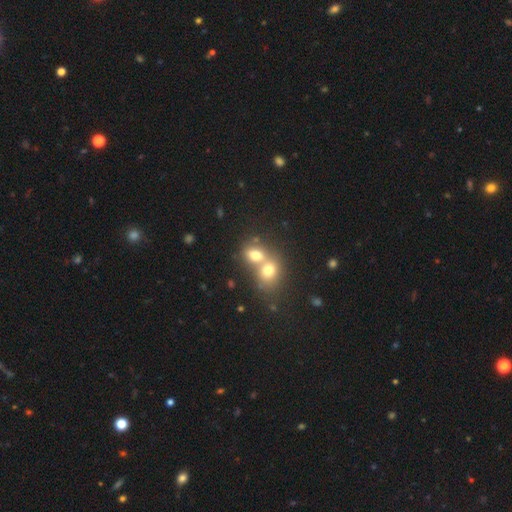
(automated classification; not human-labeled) smooth 70%, featured or disk 17%, star or artifact 12%. Down the decision tree: how rounded — in between (54%); merging — merger (68%).